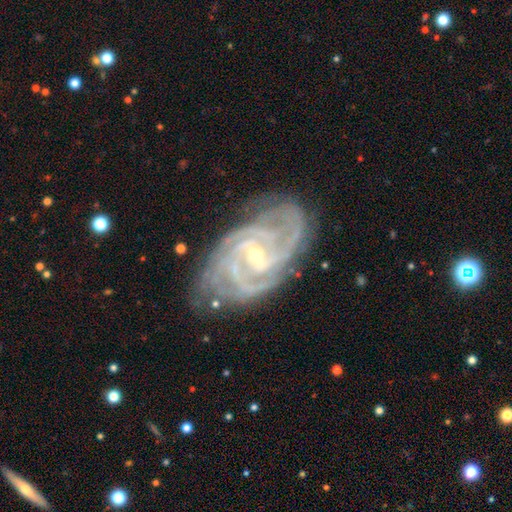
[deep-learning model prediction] Overall: featured or disk (92%). Edge-on disk: no (97%). Bar: weak (45%; no 29%). Spiral arms: yes (98%). Spiral arm count: 3 (27%; 4 24%). Spiral winding: tight (57%; medium 37%). Bulge size: small (74%). Merging: none (73%).